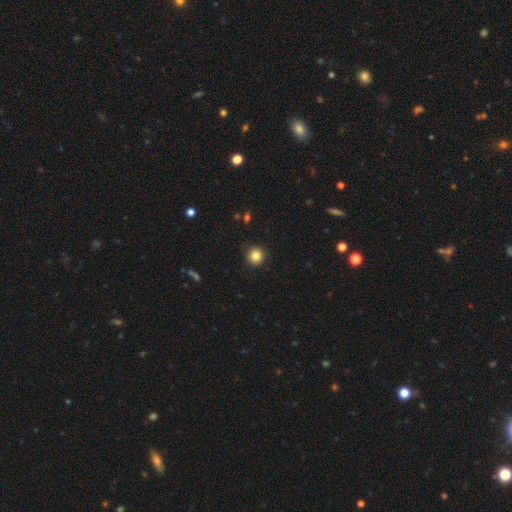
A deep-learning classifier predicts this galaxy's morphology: Q: Smooth or featured?
A: smooth (84%); runner-up: star or artifact (11%)
Q: How rounded?
A: round (94%); runner-up: in between (5%)
Q: Merging?
A: none (91%); runner-up: minor disturbance (6%)